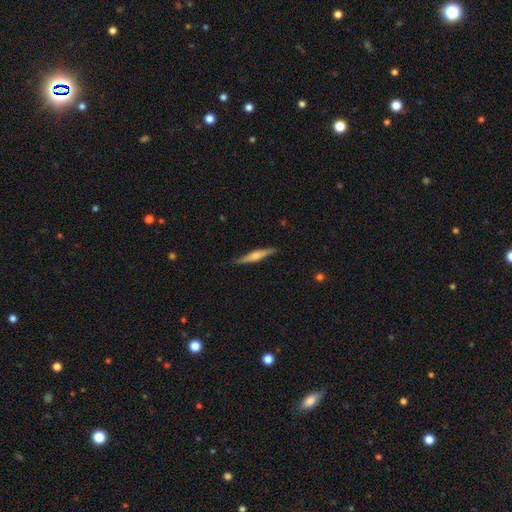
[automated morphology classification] Smooth or featured: featured or disk — 63% (smooth — 32%)
Edge-on disk: yes — 97% (no — 3%)
Edge-on bulge: rounded — 72% (boxy — 18%)
Merging: none — 87% (minor disturbance — 10%)